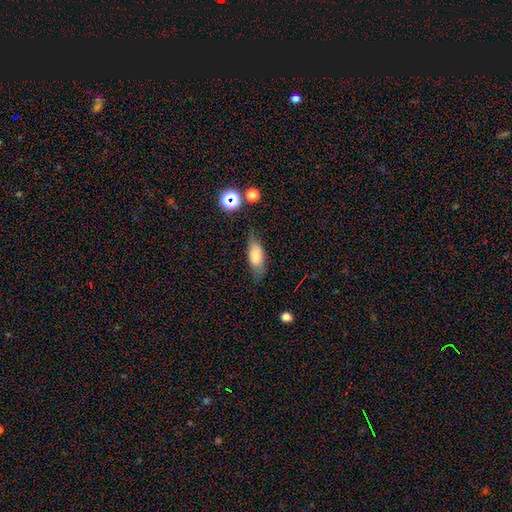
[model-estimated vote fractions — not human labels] smooth 75%, featured or disk 17%, star or artifact 8%. Down the decision tree: how rounded — in between (75%); merging — none (69%).